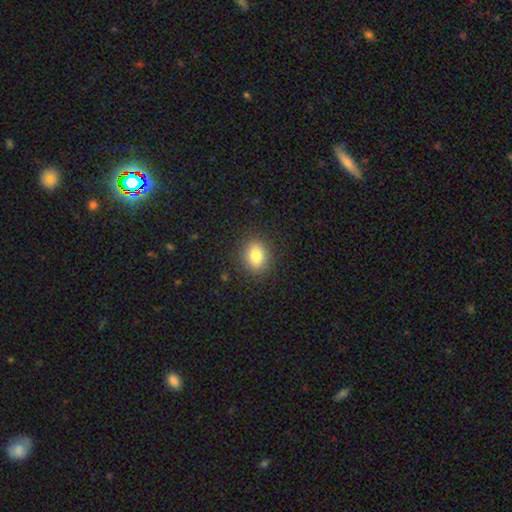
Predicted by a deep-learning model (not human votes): Morphology: type=smooth (81%); roundness=in between (51%); merging=none (88%).